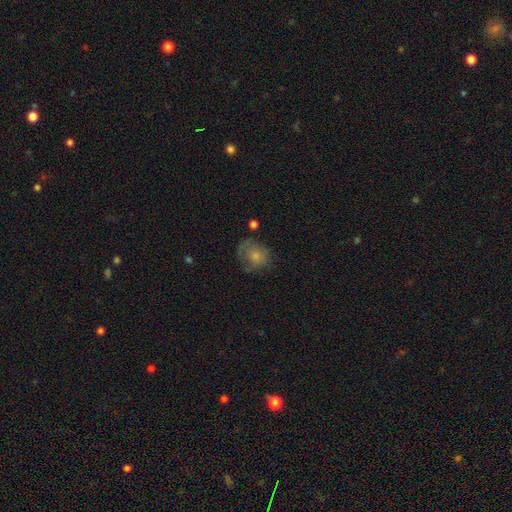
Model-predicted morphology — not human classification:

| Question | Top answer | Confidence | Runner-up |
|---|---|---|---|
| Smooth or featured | smooth | 64% | featured or disk (26%) |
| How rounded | round | 67% | in between (32%) |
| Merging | none | 54% | minor disturbance (26%) |